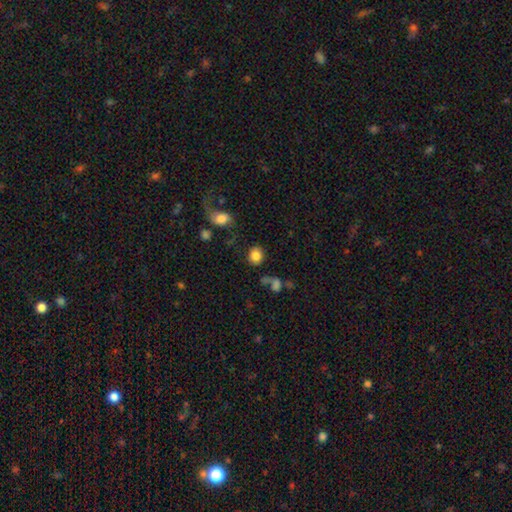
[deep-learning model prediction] A smooth galaxy with no disk features (83%) that is round (71%). Merging: none (74%).